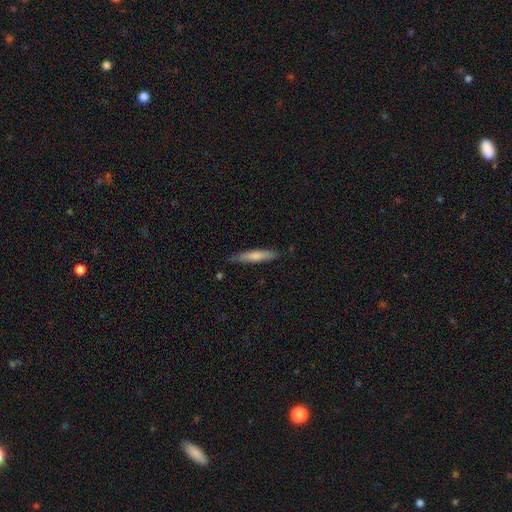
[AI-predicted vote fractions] Overall: smooth (71%). How rounded: cigar-shaped (85%). Merging: none (78%).